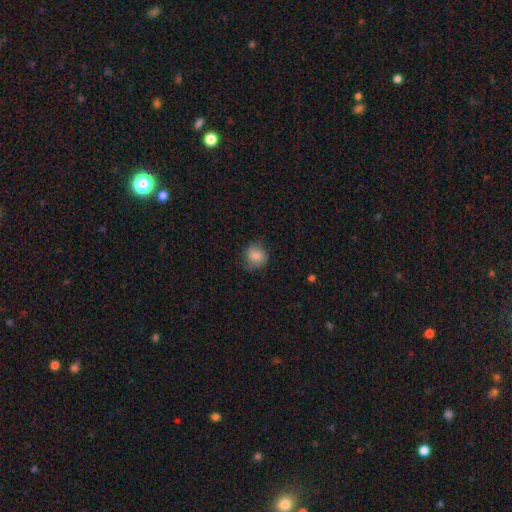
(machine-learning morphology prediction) Smooth or featured? Predicted: smooth (p=0.81). How rounded? Predicted: round (p=0.87). Merging? Predicted: none (p=0.74).